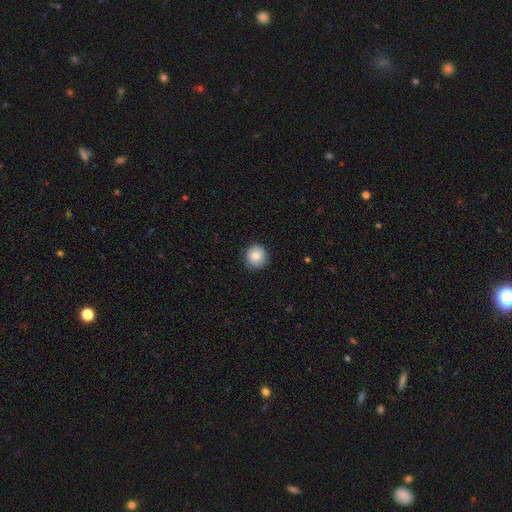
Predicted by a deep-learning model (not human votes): Smooth or featured? smooth (84%)
How rounded? round (92%)
Merging? none (88%)